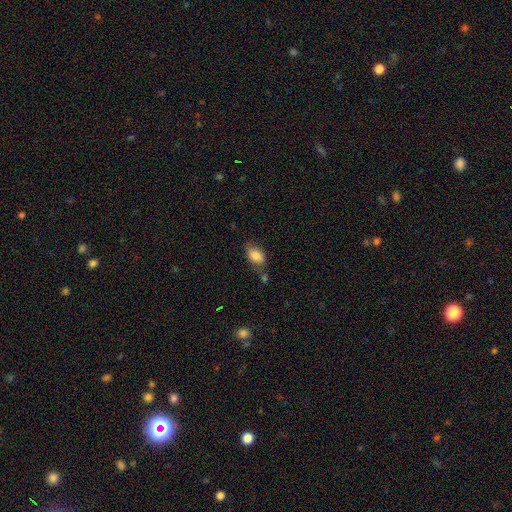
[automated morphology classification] smooth 85%, featured or disk 8%, star or artifact 8%. Down the decision tree: how rounded — in between (88%); merging — none (64%).